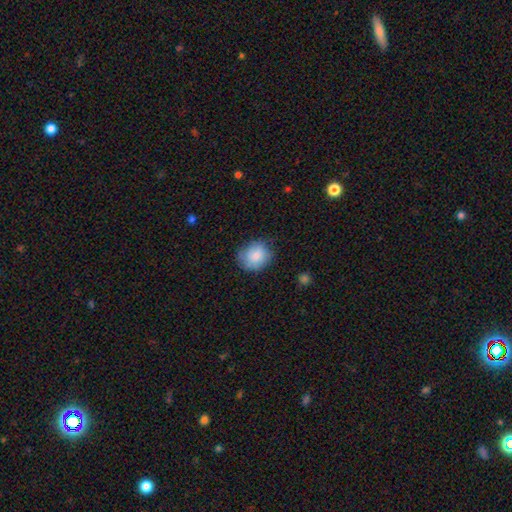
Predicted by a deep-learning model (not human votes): smooth_or_featured: smooth (p=0.82) [alt: featured or disk p=0.10]
how_rounded: round (p=0.68) [alt: in between p=0.31]
merging: none (p=0.71) [alt: minor disturbance p=0.22]